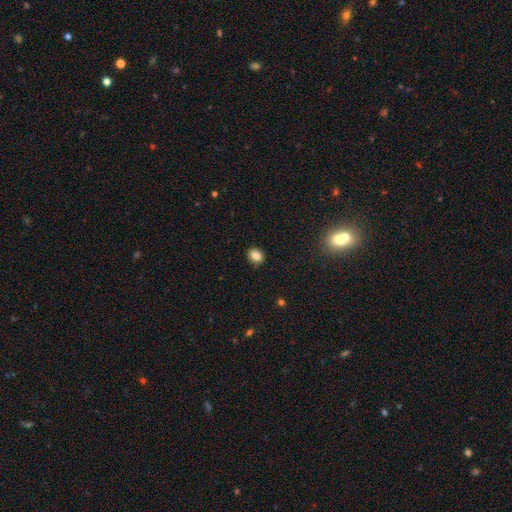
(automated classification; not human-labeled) This is clearly a smooth galaxy (84%). How rounded: possibly round (52%). Merging: clearly none (86%).